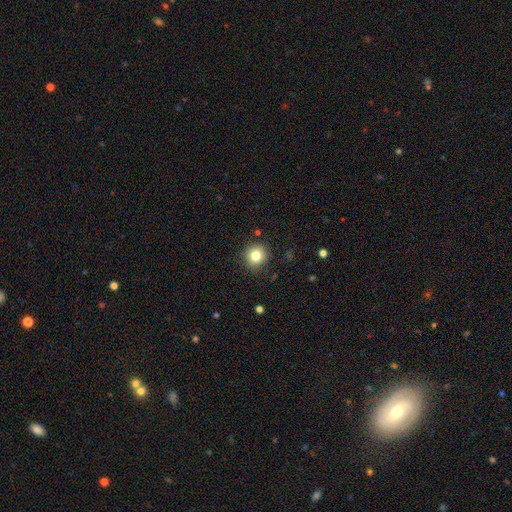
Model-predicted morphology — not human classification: A smooth galaxy with no disk features (81%) that is round (90%).

Vote fractions:
- Smooth or featured? smooth: 81% / star or artifact: 11% / featured or disk: 8%
- How rounded? round: 90% / in between: 9% / cigar-shaped: 1%
- Merging? none: 89% / minor disturbance: 7% / major disturbance: 2% / merger: 1%